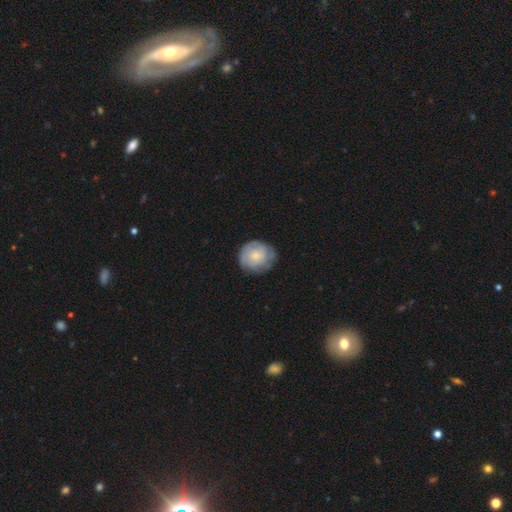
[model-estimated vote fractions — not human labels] A smooth galaxy with no disk features (49%).

Vote fractions:
- Smooth or featured? smooth: 49% / featured or disk: 44% / star or artifact: 6%
- Merging? none: 74% / minor disturbance: 20% / major disturbance: 6% / merger: 1%